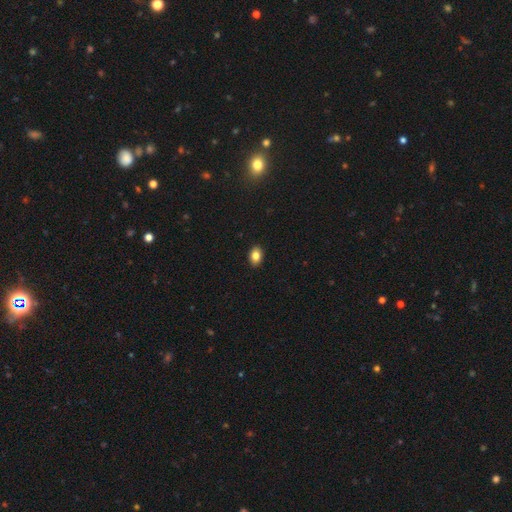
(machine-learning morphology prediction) A smooth galaxy with no disk features (84%) that is in between round and cigar-shaped (81%). Merging: none (90%).